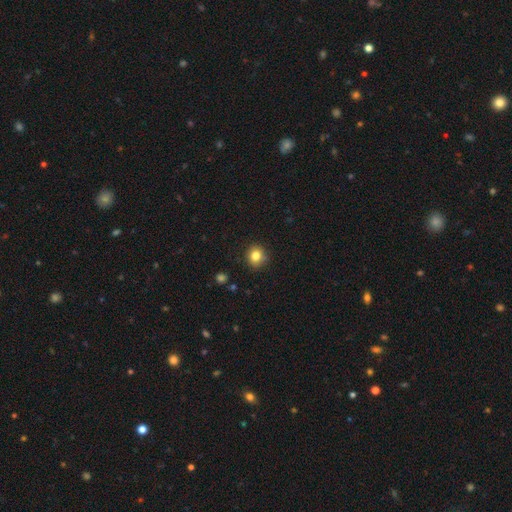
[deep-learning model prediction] smooth-or-featured: smooth: 83% | star or artifact: 11% | featured or disk: 6%
  how-rounded: round: 84% | in between: 15% | cigar-shaped: 1%
  merging: none: 88% | minor disturbance: 8% | major disturbance: 2% | merger: 1%